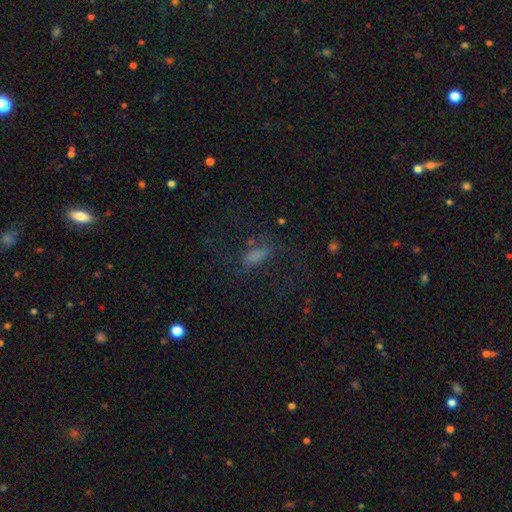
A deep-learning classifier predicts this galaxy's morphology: Smooth or featured: smooth — 56% (featured or disk — 22%)
How rounded: in between — 59% (cigar-shaped — 35%)
Merging: none — 47% (major disturbance — 29%)